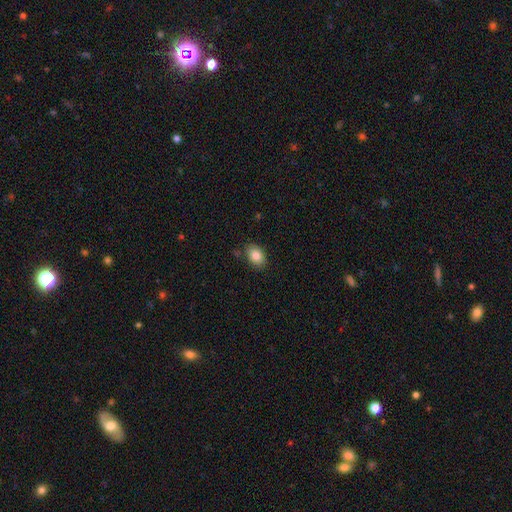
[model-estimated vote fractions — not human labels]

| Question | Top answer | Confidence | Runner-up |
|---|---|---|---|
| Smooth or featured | smooth | 85% | star or artifact (8%) |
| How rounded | in between | 81% | round (17%) |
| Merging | none | 82% | minor disturbance (13%) |